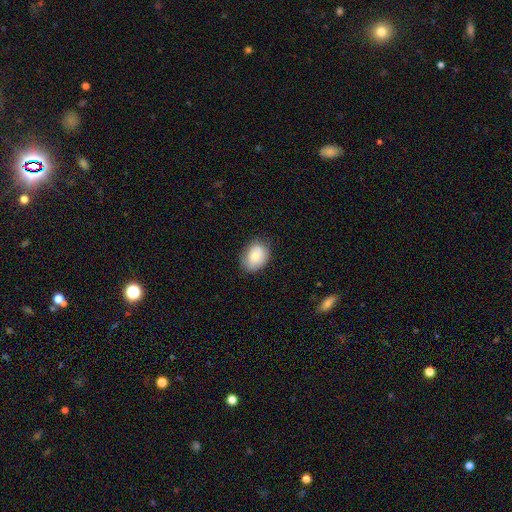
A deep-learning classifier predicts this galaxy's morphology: This appears to be a smooth galaxy with no disk features (77%) that is in between round and cigar-shaped (66%). Merging: none (76%).